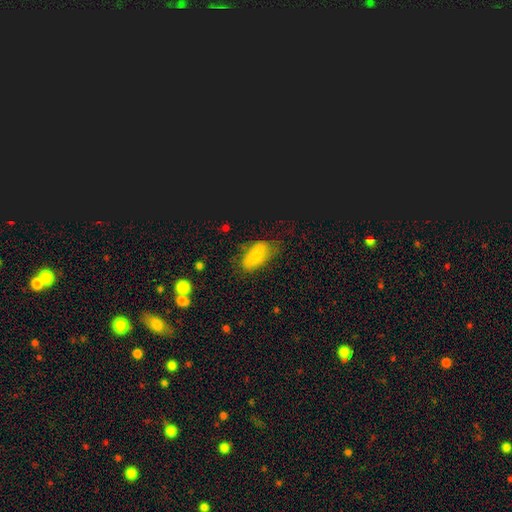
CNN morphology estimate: This is likely a smooth galaxy (73%). How rounded: clearly in between (92%). Merging: likely none (61%).